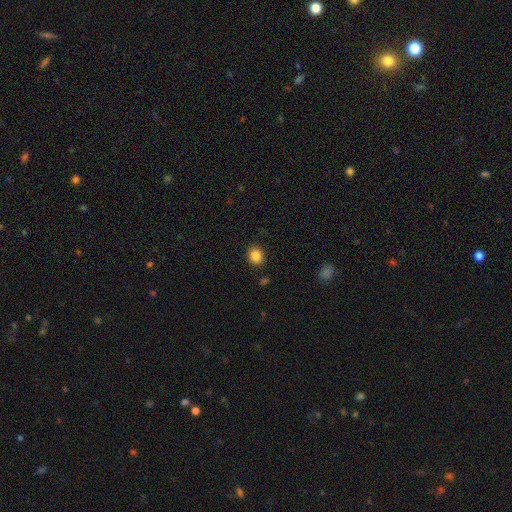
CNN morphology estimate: smooth-or-featured: smooth: 86% | star or artifact: 10% | featured or disk: 4%
  how-rounded: round: 76% | in between: 23% | cigar-shaped: 1%
  merging: none: 88% | minor disturbance: 8% | major disturbance: 2% | merger: 2%